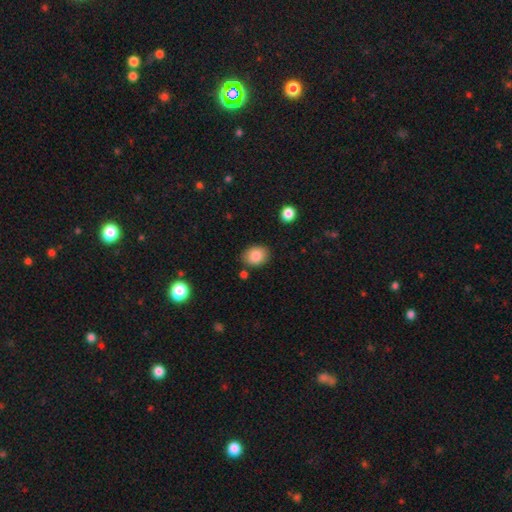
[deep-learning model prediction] smooth 86%, star or artifact 8%, featured or disk 6%. Down the decision tree: how rounded — in between (59%); merging — none (82%).